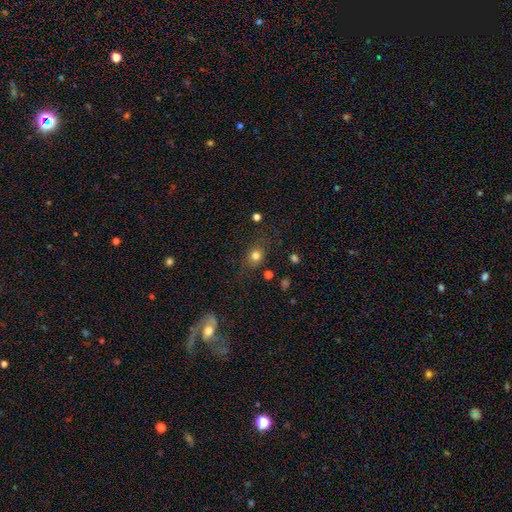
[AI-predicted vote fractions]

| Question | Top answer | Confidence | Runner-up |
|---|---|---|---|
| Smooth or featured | smooth | 78% | star or artifact (13%) |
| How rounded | round | 60% | in between (38%) |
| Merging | none | 78% | minor disturbance (15%) |